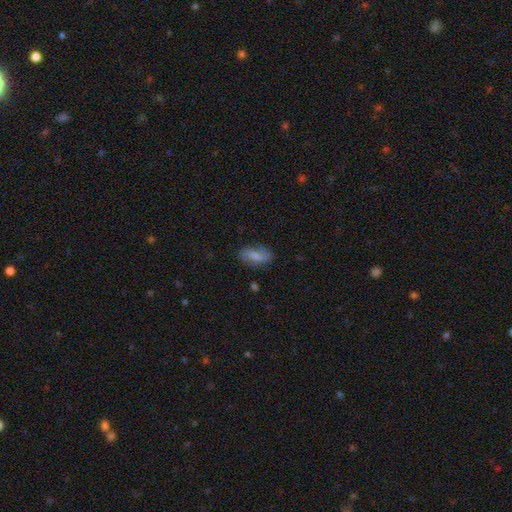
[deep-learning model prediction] Overall: smooth (66%; featured or disk 26%). How rounded: in between (86%). Merging: none (74%).